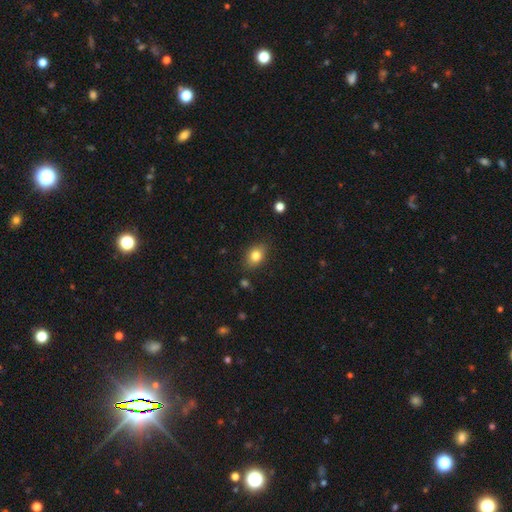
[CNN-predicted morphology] Smooth or featured? smooth (81%)
How rounded? in between (71%)
Merging? none (84%)